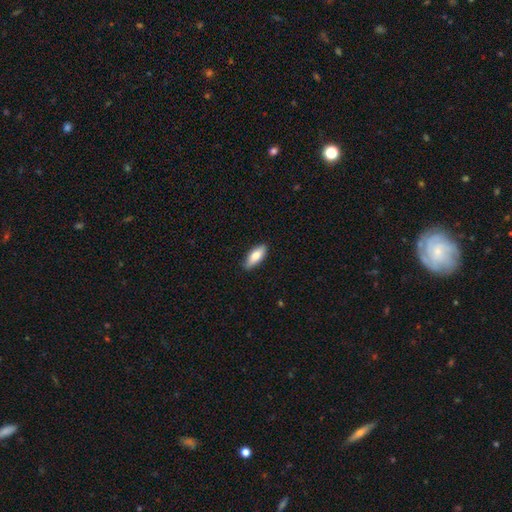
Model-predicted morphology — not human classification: smooth-or-featured: smooth: 79% | featured or disk: 15% | star or artifact: 6%
  how-rounded: in between: 74% | cigar-shaped: 24% | round: 2%
  merging: none: 86% | minor disturbance: 11% | major disturbance: 2% | merger: 1%